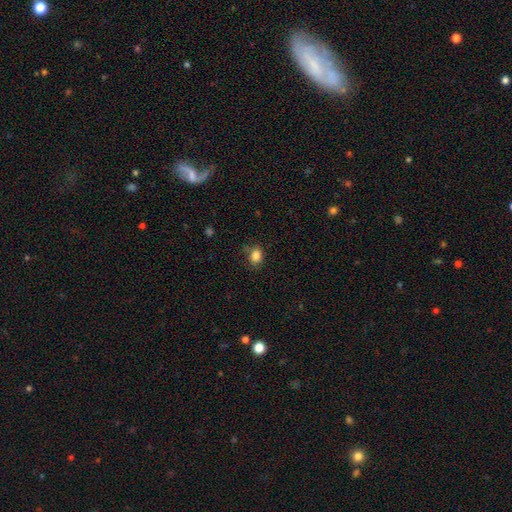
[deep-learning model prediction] Smooth or featured?
  - smooth: 85% *
  - star or artifact: 10%
  - featured or disk: 5%
How rounded?
  - in between: 59% *
  - round: 40%
  - cigar-shaped: 1%
Merging?
  - none: 75% *
  - minor disturbance: 18%
  - major disturbance: 4%
  - merger: 2%